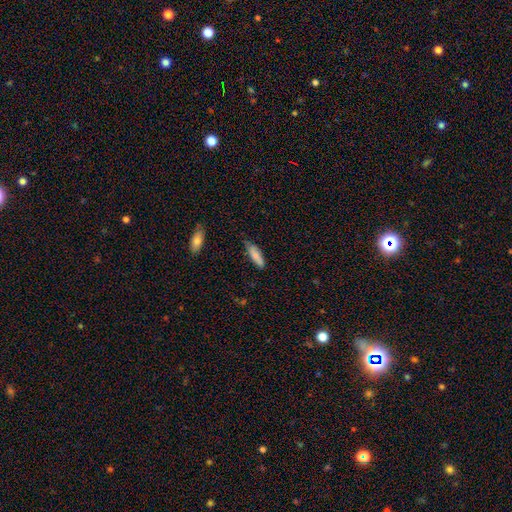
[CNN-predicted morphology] Smooth or featured? Predicted: smooth (p=0.80). How rounded? Predicted: cigar-shaped (p=0.51). Merging? Predicted: none (p=0.71).